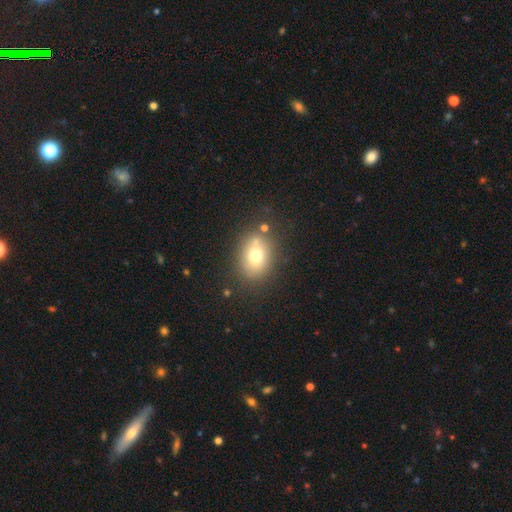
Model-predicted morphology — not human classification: smooth_or_featured: smooth (p=0.71) [alt: featured or disk p=0.17]
how_rounded: in between (p=0.63) [alt: round p=0.36]
merging: none (p=0.74) [alt: minor disturbance p=0.14]